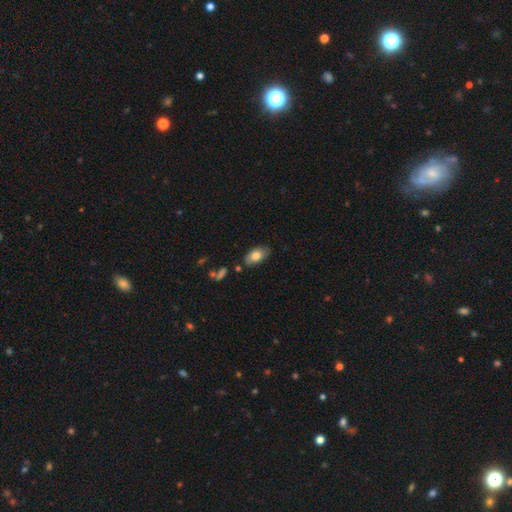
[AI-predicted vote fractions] Overall: smooth (77%). How rounded: in between (92%). Merging: none (79%).